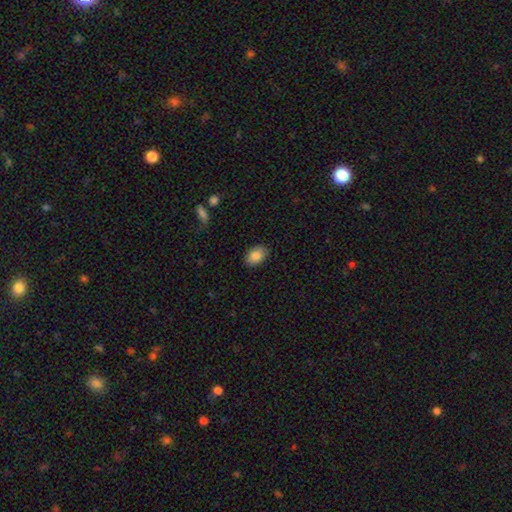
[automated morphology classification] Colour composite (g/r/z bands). It shows a smooth galaxy with no disk features (85%) that is in between round and cigar-shaped (86%). Merging: none (87%).